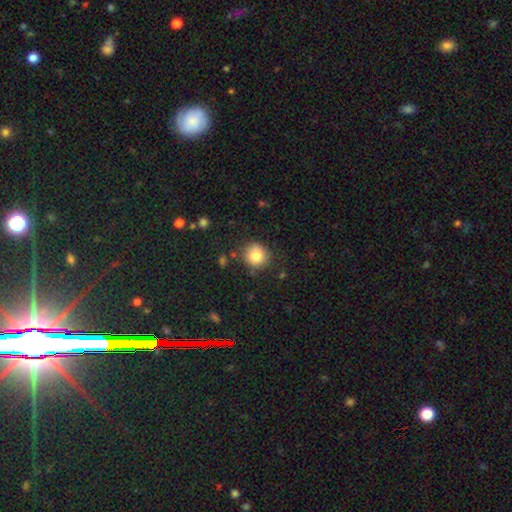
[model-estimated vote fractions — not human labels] Smooth or featured: smooth — 82% (star or artifact — 10%)
How rounded: round — 89% (in between — 10%)
Merging: none — 83% (minor disturbance — 11%)